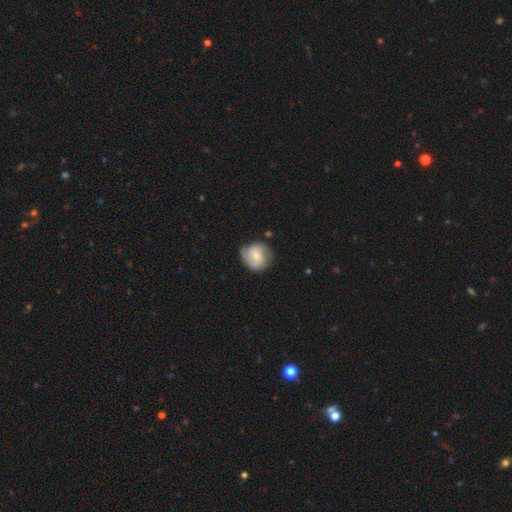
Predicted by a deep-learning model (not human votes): Overall: featured or disk (50%; smooth 43%). Edge-on disk: no (97%). Merging: none (68%).